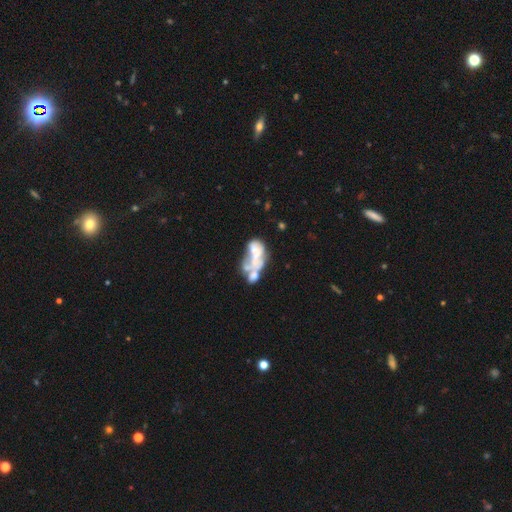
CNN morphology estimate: Smooth or featured? Predicted: featured or disk (p=0.59). Edge-on disk? Predicted: no (p=0.97). Bar? Predicted: no (p=0.93). Spiral arms? Predicted: no (p=0.94). Bulge size? Predicted: none (p=0.71). Merging? Predicted: merger (p=0.48).